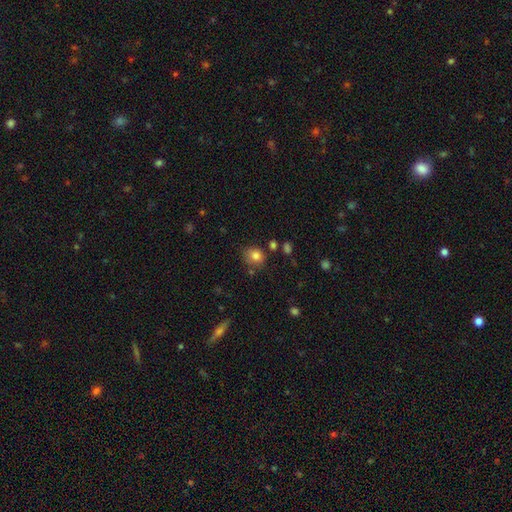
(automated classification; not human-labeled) Overall: smooth (82%). How rounded: round (71%). Merging: none (71%).